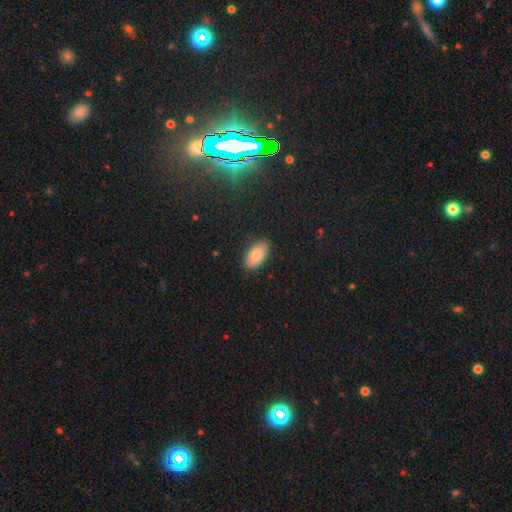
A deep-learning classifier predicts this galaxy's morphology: Smooth or featured? Predicted: smooth (p=0.82). How rounded? Predicted: in between (p=0.94). Merging? Predicted: none (p=0.87).